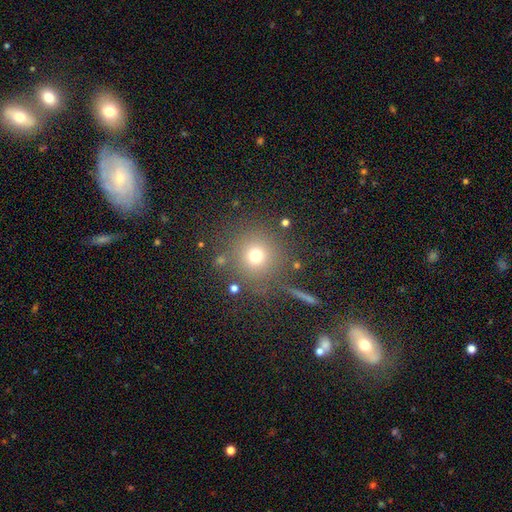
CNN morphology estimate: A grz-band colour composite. It shows a smooth galaxy with no disk features (71%) that is round (94%). Merging: none (81%).